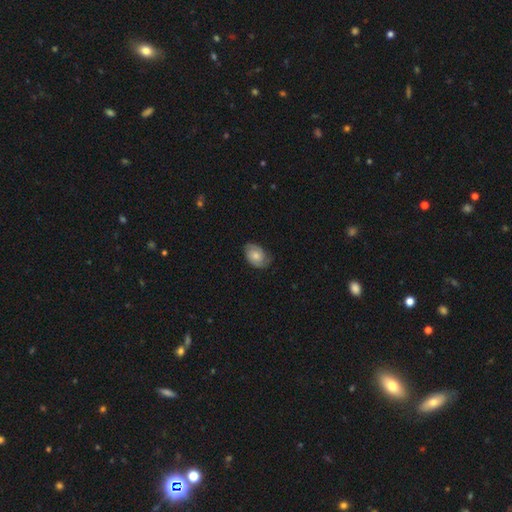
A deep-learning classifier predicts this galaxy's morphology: Q: Smooth or featured?
A: smooth (48%); runner-up: featured or disk (45%)
Q: Merging?
A: none (69%); runner-up: minor disturbance (24%)